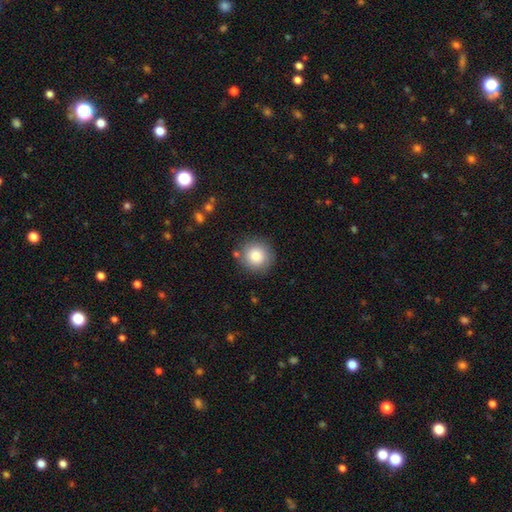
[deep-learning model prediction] Smooth or featured: smooth — 82% (featured or disk — 9%)
How rounded: round — 94% (in between — 5%)
Merging: none — 84% (minor disturbance — 10%)